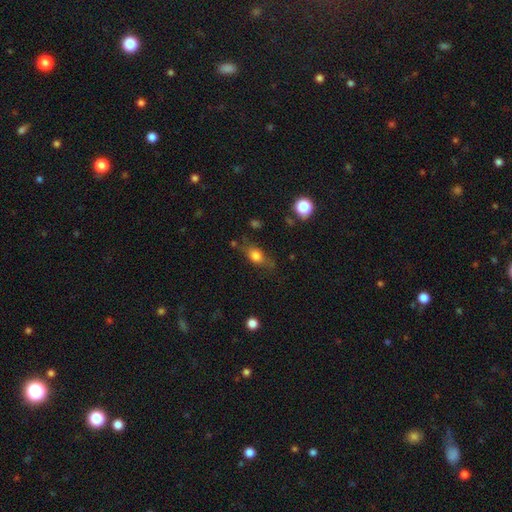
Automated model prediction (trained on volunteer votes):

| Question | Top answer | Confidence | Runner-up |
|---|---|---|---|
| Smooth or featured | smooth | 72% | featured or disk (18%) |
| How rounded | in between | 70% | round (18%) |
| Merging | none | 64% | minor disturbance (23%) |